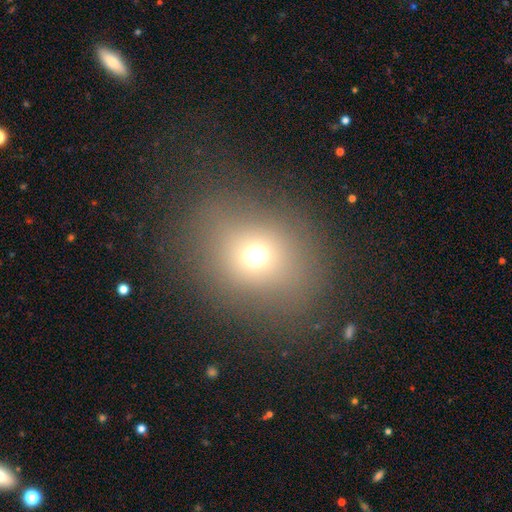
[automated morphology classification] A smooth galaxy with no disk features (67%) that is round (70%). Merging: none (80%).